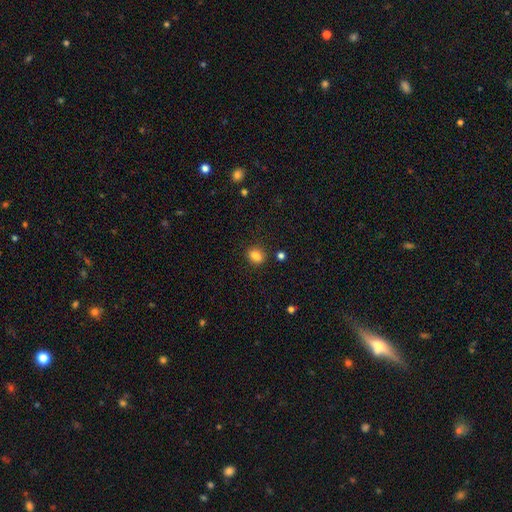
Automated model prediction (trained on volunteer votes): Smooth or featured?
  - smooth: 84% *
  - star or artifact: 11%
  - featured or disk: 5%
How rounded?
  - in between: 60% *
  - round: 39%
  - cigar-shaped: 2%
Merging?
  - none: 85% *
  - minor disturbance: 9%
  - merger: 3%
  - major disturbance: 3%